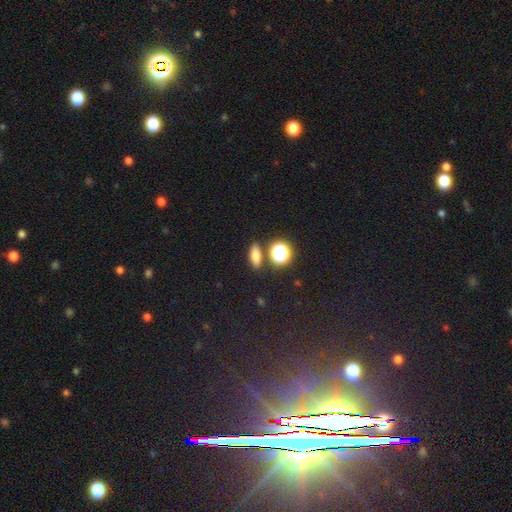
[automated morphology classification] This appears to be a smooth galaxy with no disk features (73%) that is in between round and cigar-shaped (63%). Merging: none (80%).